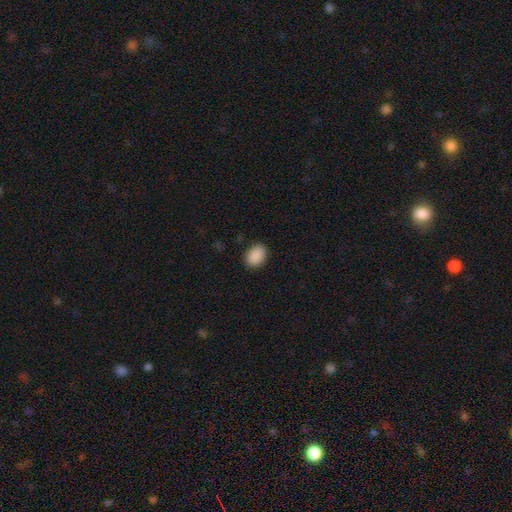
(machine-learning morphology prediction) The model was most divided on "how rounded": in between: 72%, round: 27%, cigar-shaped: 1%. More confident: smooth or featured — smooth (90%); merging — none (87%).